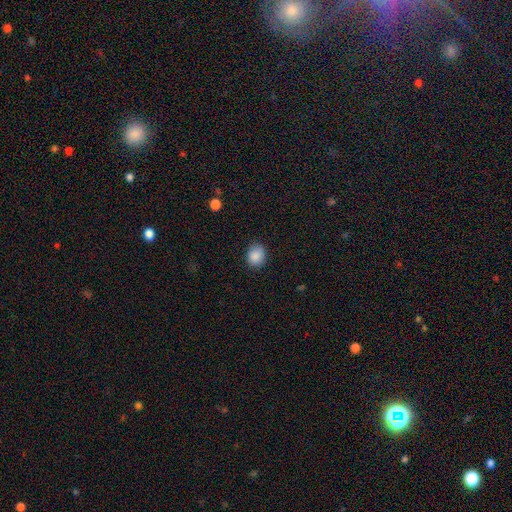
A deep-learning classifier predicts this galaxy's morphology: smooth-or-featured: smooth: 88% | star or artifact: 8% | featured or disk: 4%
  how-rounded: round: 56% | in between: 43% | cigar-shaped: 1%
  merging: none: 82% | minor disturbance: 14% | major disturbance: 3% | merger: 1%